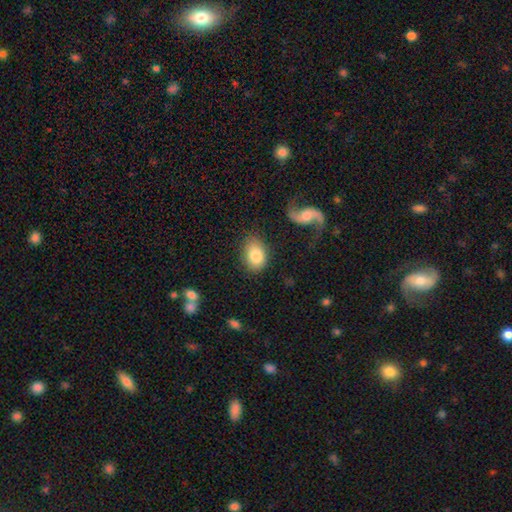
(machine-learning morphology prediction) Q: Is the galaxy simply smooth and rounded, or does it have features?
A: smooth — 81%.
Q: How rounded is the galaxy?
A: in between — 80%.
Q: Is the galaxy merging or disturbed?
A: none — 77%.